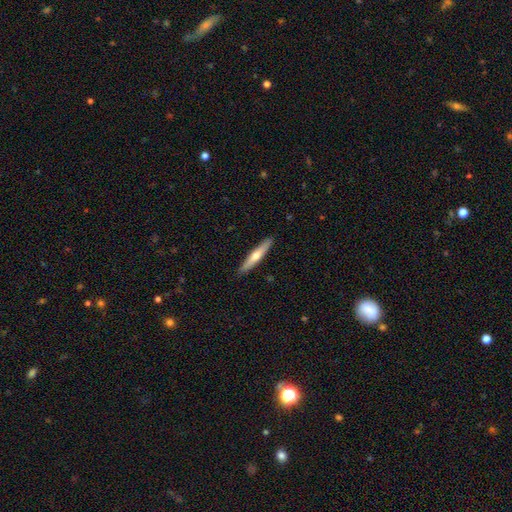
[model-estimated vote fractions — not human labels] Smooth or featured: smooth — 49% (featured or disk — 46%)
Merging: none — 91% (minor disturbance — 7%)